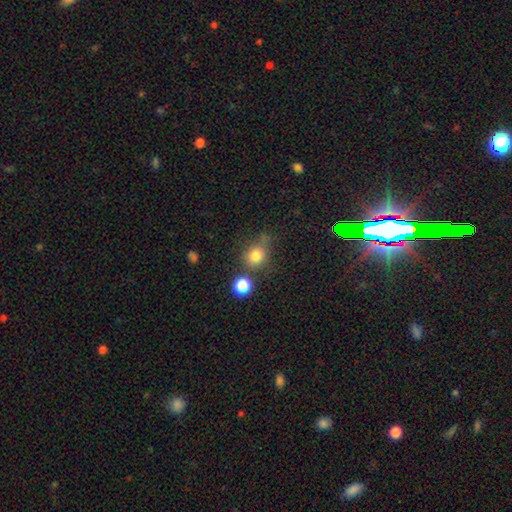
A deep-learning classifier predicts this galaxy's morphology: smooth_or_featured: smooth (p=0.80) [alt: star or artifact p=0.13]
how_rounded: round (p=0.77) [alt: in between p=0.22]
merging: none (p=0.61) [alt: minor disturbance p=0.18]